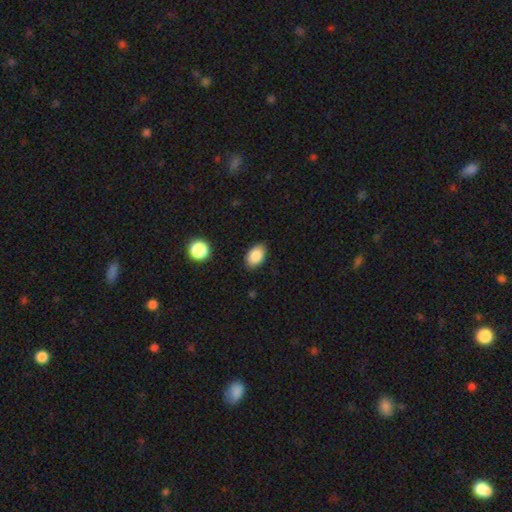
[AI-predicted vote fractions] smooth 86%, star or artifact 8%, featured or disk 6%. Down the decision tree: how rounded — in between (89%); merging — none (86%).